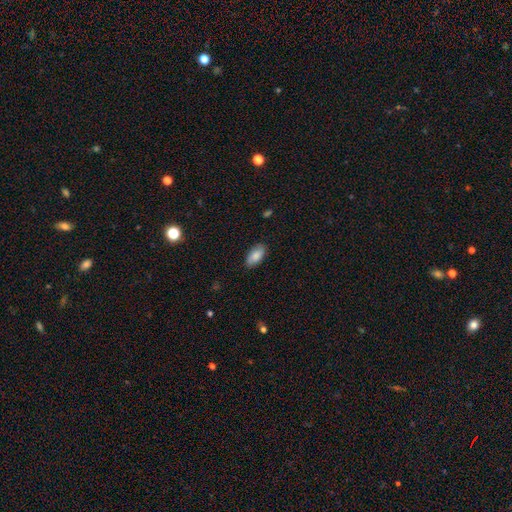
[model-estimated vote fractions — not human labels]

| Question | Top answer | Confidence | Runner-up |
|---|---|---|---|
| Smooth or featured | smooth | 81% | featured or disk (13%) |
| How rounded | in between | 94% | cigar-shaped (4%) |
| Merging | none | 85% | minor disturbance (12%) |